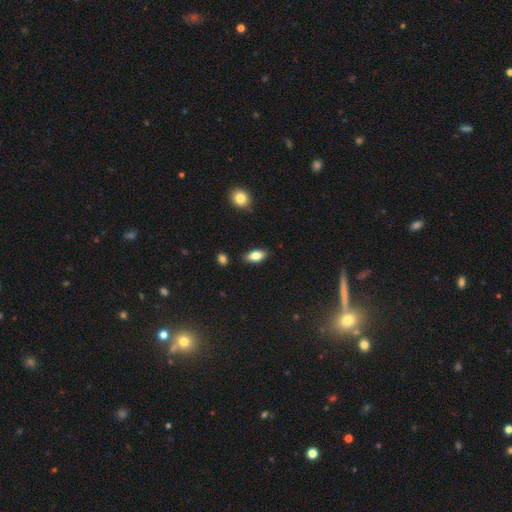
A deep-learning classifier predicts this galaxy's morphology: Smooth or featured?
  - smooth: 80% *
  - featured or disk: 13%
  - star or artifact: 7%
How rounded?
  - in between: 89% *
  - cigar-shaped: 8%
  - round: 3%
Merging?
  - none: 87% *
  - minor disturbance: 10%
  - major disturbance: 2%
  - merger: 2%